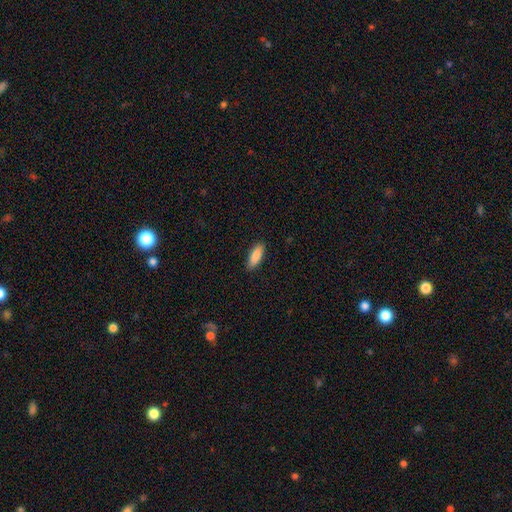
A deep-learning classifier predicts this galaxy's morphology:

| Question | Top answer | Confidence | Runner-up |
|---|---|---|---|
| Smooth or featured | smooth | 88% | featured or disk (7%) |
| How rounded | in between | 64% | cigar-shaped (35%) |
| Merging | none | 89% | minor disturbance (8%) |